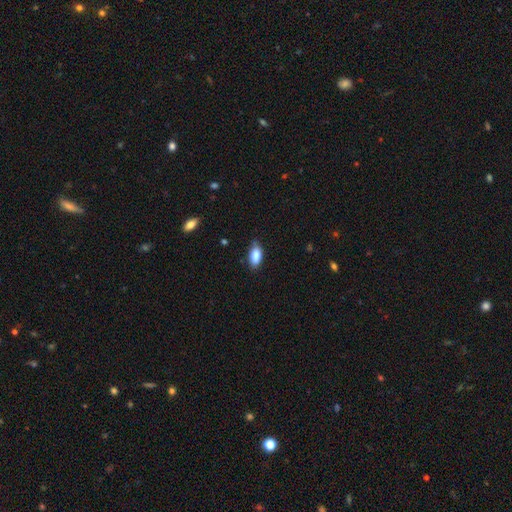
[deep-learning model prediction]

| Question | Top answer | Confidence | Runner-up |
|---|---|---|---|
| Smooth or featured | smooth | 87% | star or artifact (7%) |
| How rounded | in between | 90% | cigar-shaped (7%) |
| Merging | none | 75% | minor disturbance (20%) |